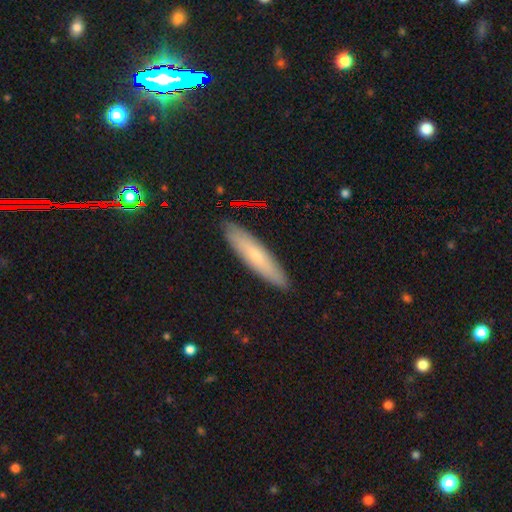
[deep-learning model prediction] The model was most divided on "smooth or featured": smooth: 65%, featured or disk: 27%, star or artifact: 8%. More confident: merging — none (90%); how rounded — cigar-shaped (82%).